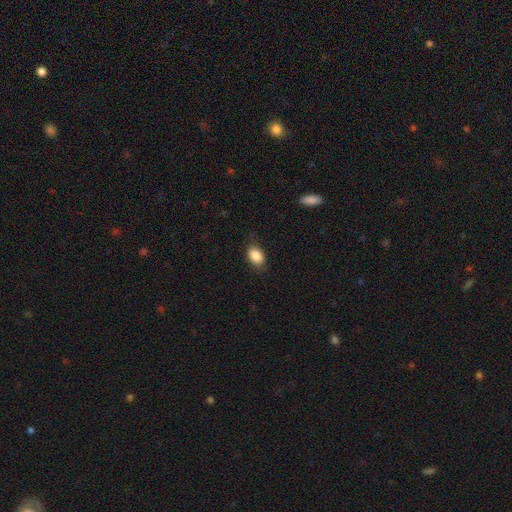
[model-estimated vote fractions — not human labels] The model was most divided on "merging": none: 81%, minor disturbance: 15%, major disturbance: 3%, merger: 1%. More confident: smooth or featured — smooth (88%); how rounded — in between (82%).